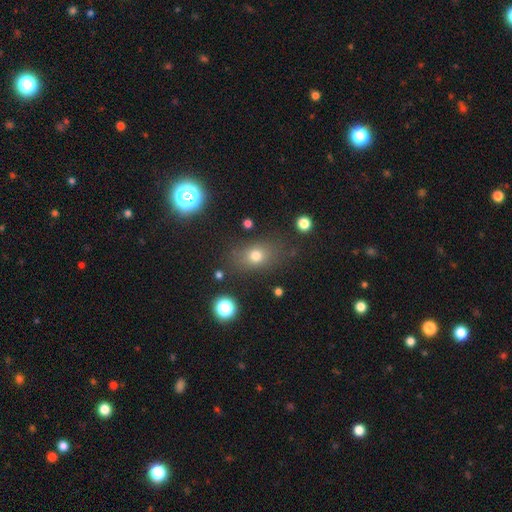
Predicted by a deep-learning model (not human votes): A smooth galaxy with no disk features (72%) that is in between round and cigar-shaped (63%). Merging: none (76%).